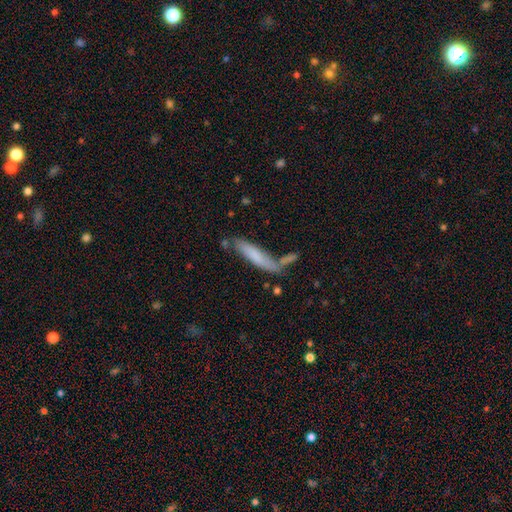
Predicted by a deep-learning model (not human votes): Smooth or featured?
  - smooth: 72% *
  - featured or disk: 21%
  - star or artifact: 7%
How rounded?
  - cigar-shaped: 82% *
  - in between: 17%
  - round: 1%
Merging?
  - none: 58% *
  - minor disturbance: 20%
  - merger: 15%
  - major disturbance: 7%